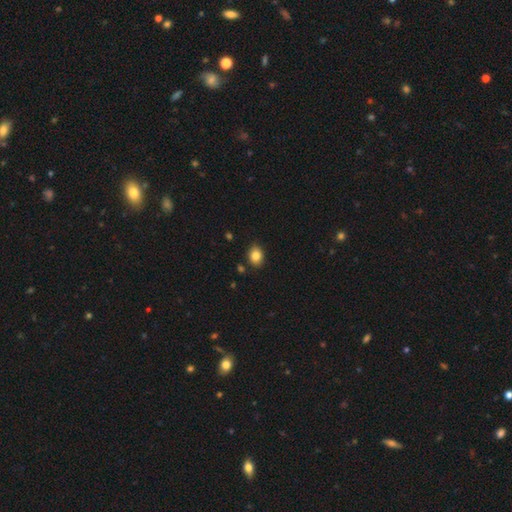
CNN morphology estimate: Smooth or featured?
  - smooth: 84% *
  - star or artifact: 10%
  - featured or disk: 6%
How rounded?
  - in between: 52% *
  - round: 47%
  - cigar-shaped: 1%
Merging?
  - none: 85% *
  - minor disturbance: 10%
  - merger: 2%
  - major disturbance: 2%